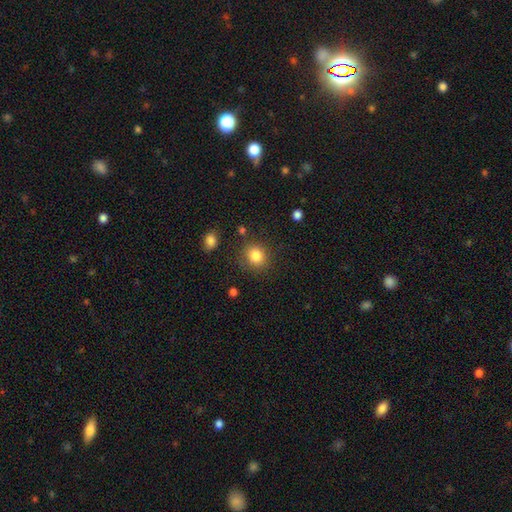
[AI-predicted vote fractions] Smooth or featured? smooth (83%)
How rounded? round (82%)
Merging? none (83%)